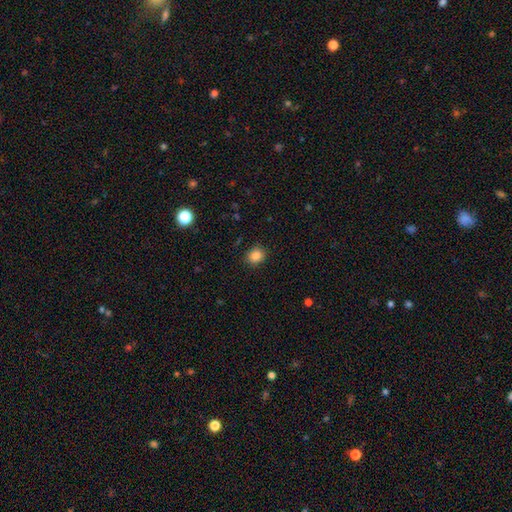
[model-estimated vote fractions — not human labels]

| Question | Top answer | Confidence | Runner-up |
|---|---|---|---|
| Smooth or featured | smooth | 85% | star or artifact (11%) |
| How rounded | round | 73% | in between (26%) |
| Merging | none | 88% | minor disturbance (9%) |